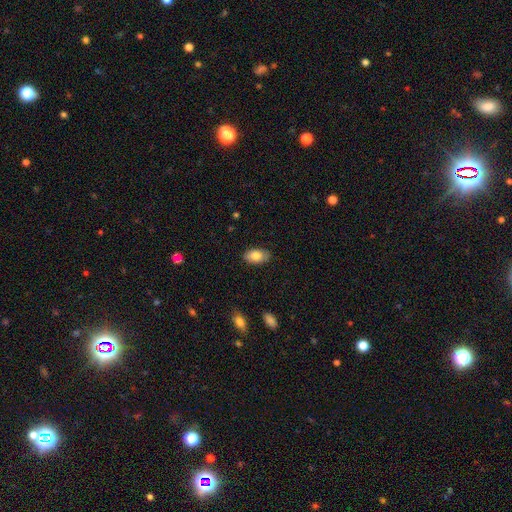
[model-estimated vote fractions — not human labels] Morphology: type=smooth (81%); roundness=in between (93%); merging=none (86%).